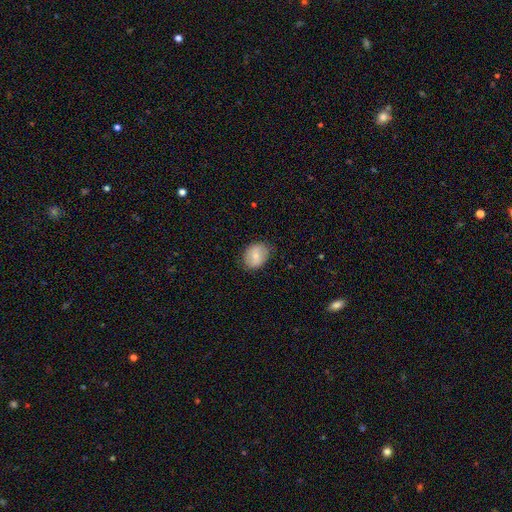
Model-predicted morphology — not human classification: A smooth galaxy with no disk features (72%) that is in between round and cigar-shaped (55%). Merging: none (77%).